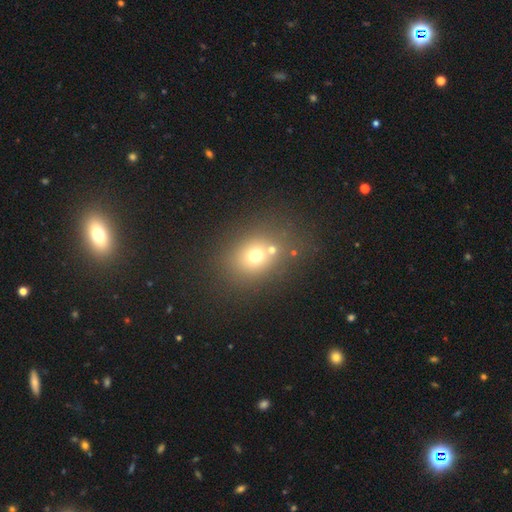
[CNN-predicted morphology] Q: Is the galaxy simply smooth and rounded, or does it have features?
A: smooth — 68%.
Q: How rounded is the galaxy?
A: round — 63%.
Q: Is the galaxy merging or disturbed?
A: none — 63%.